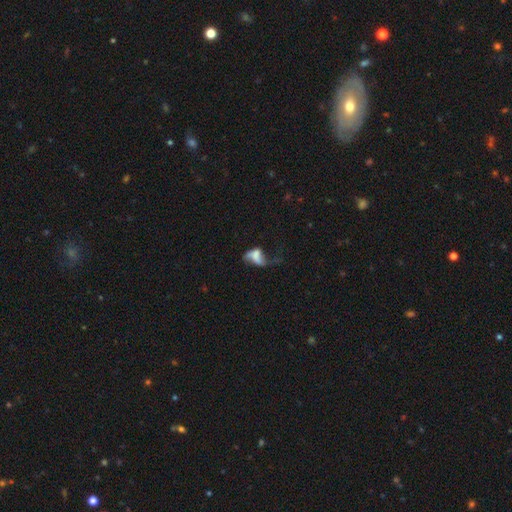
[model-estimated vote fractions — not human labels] The model was most divided on "smooth or featured": featured or disk: 44%, smooth: 43%, star or artifact: 12%. Remaining: merging — major disturbance (48%).